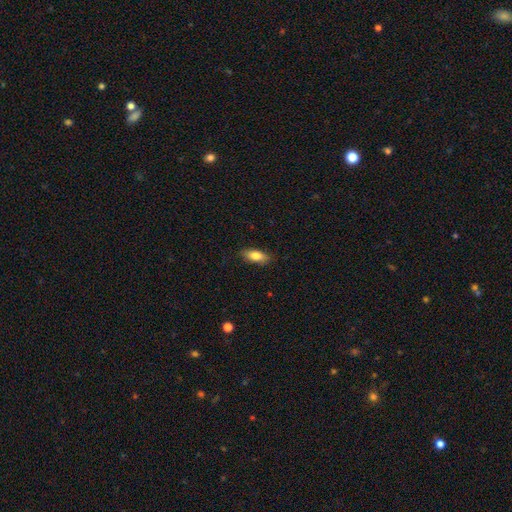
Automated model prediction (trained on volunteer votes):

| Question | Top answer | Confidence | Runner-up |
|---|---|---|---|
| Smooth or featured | smooth | 81% | featured or disk (12%) |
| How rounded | in between | 79% | cigar-shaped (18%) |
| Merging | none | 85% | minor disturbance (12%) |